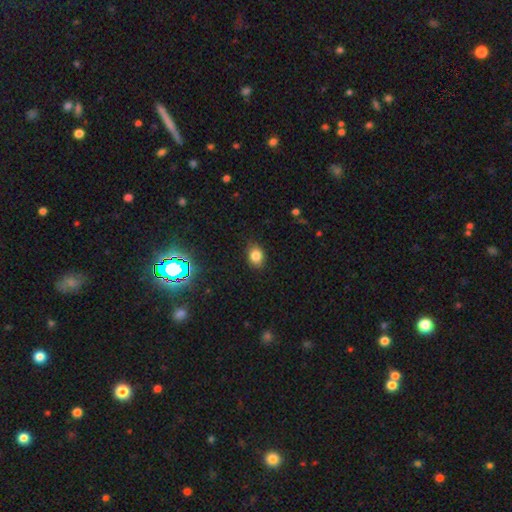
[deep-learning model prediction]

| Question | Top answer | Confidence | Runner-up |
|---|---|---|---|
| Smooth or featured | smooth | 80% | star or artifact (13%) |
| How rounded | in between | 57% | round (42%) |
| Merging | none | 84% | minor disturbance (12%) |